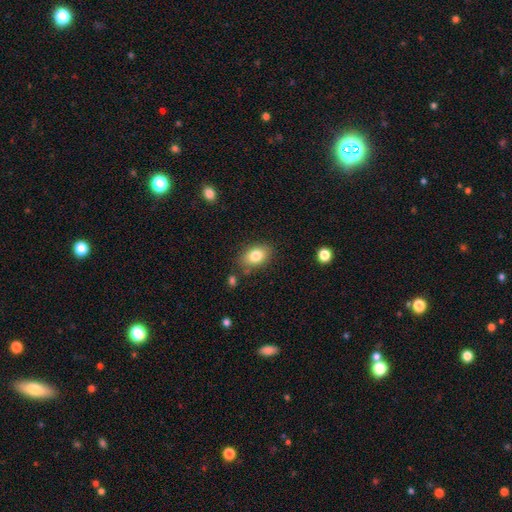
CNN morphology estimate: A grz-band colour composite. It shows a smooth galaxy with no disk features (82%) that is in between round and cigar-shaped (85%). Merging: none (80%).